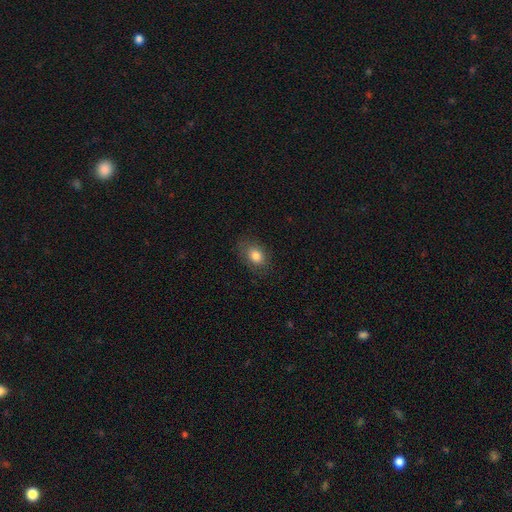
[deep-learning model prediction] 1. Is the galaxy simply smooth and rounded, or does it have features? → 81% smooth, 10% featured or disk, 9% star or artifact.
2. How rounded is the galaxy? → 78% in between, 20% round, 1% cigar-shaped.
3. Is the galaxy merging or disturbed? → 79% none, 15% minor disturbance, 5% major disturbance, 1% merger.